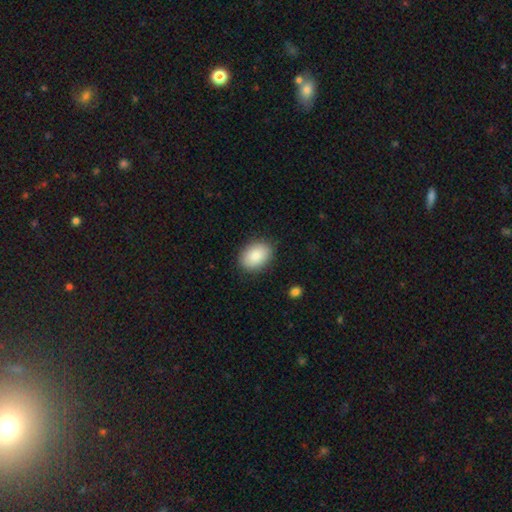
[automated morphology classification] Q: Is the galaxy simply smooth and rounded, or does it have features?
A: smooth — 88%.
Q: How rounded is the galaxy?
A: in between — 80%.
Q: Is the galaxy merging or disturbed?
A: none — 87%.